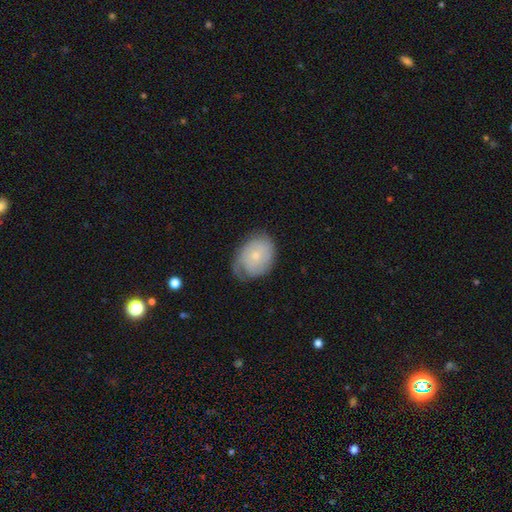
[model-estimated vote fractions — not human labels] Overall: featured or disk (47%; smooth 46%). Merging: none (55%; minor disturbance 32%).